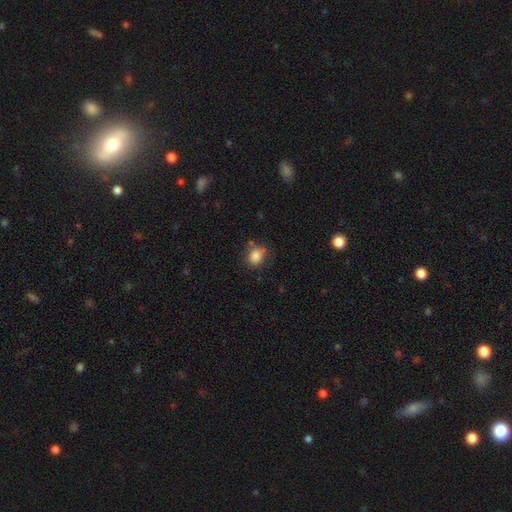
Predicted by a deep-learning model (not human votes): Smooth or featured? smooth (84%)
How rounded? round (66%)
Merging? none (68%)